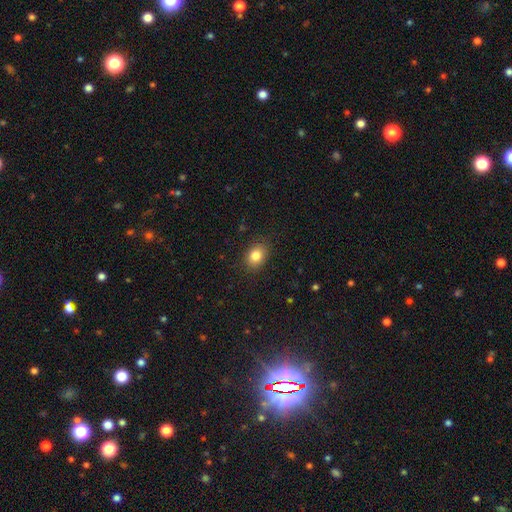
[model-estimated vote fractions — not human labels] Smooth or featured? Predicted: smooth (p=0.83). How rounded? Predicted: in between (p=0.63). Merging? Predicted: none (p=0.86).